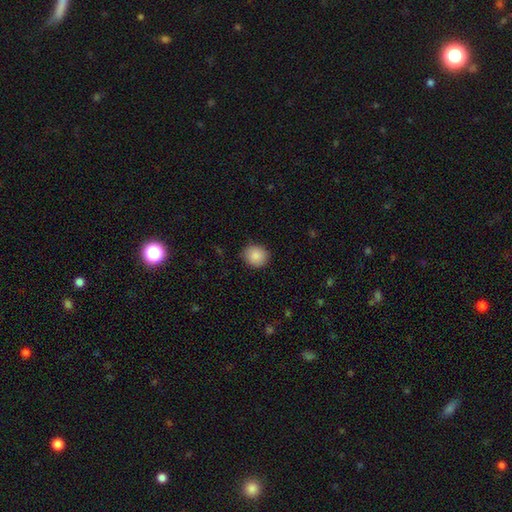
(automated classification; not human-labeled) Q: Smooth or featured?
A: smooth (89%); runner-up: star or artifact (8%)
Q: How rounded?
A: round (82%); runner-up: in between (17%)
Q: Merging?
A: none (88%); runner-up: minor disturbance (9%)